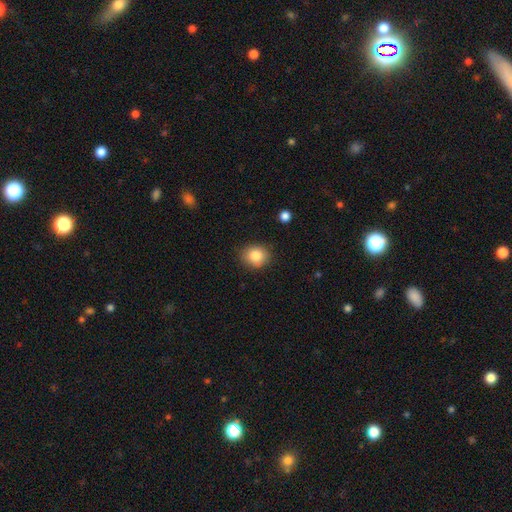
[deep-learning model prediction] This appears to be a smooth galaxy with no disk features (84%) that is round (72%). Merging: none (84%).